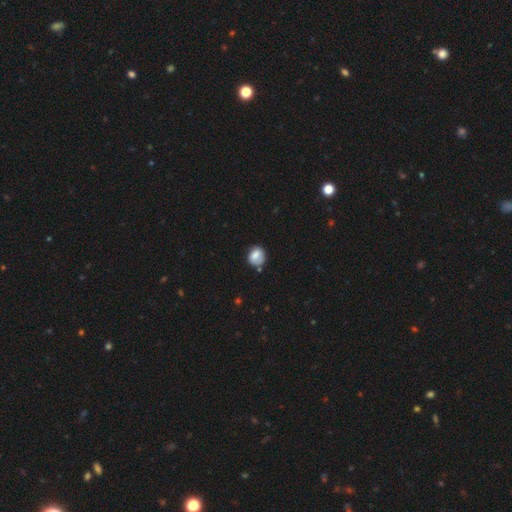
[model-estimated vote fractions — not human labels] This appears to be a smooth galaxy with no disk features (76%) that is round (69%). Merging: none (62%).